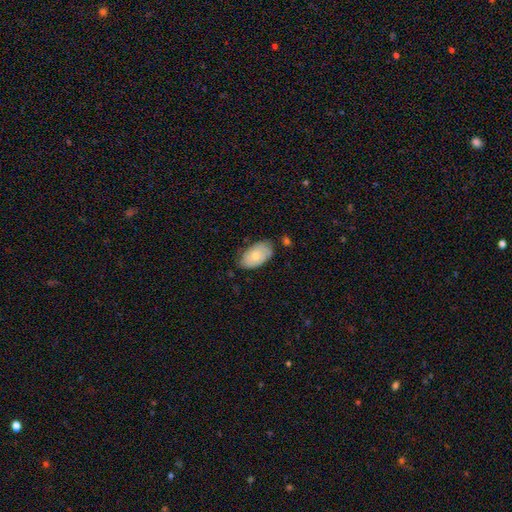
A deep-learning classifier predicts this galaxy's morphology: Smooth or featured? smooth (67%)
How rounded? in between (94%)
Merging? none (69%)